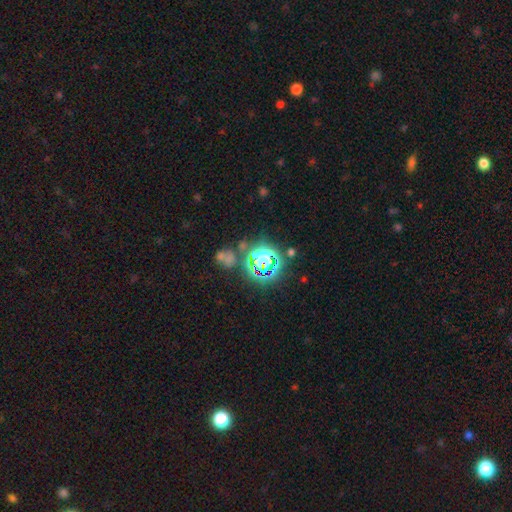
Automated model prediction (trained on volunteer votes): Smooth or featured? Predicted: star or artifact (p=0.73).